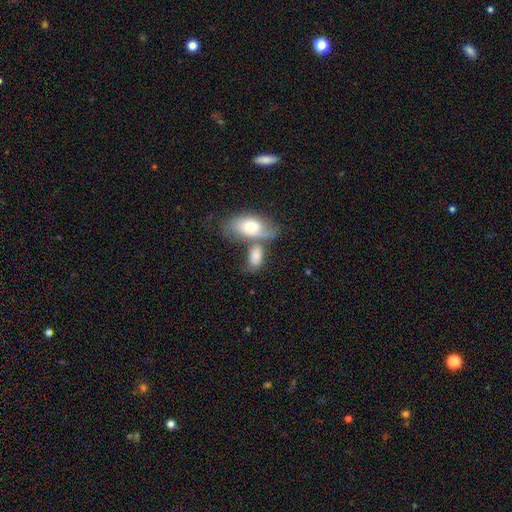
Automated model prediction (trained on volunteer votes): Q: Smooth or featured?
A: smooth (76%); runner-up: featured or disk (17%)
Q: How rounded?
A: in between (91%); runner-up: round (6%)
Q: Merging?
A: merger (51%); runner-up: none (28%)